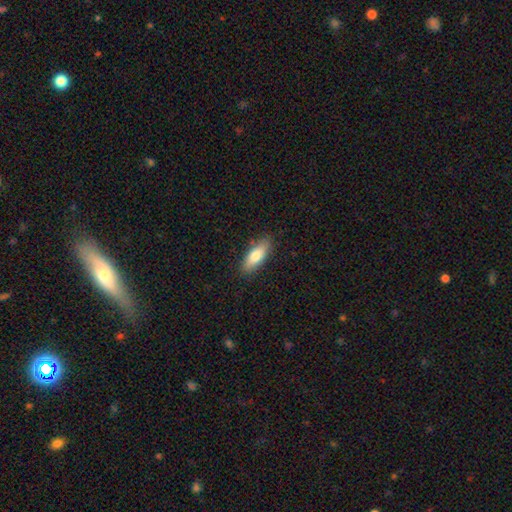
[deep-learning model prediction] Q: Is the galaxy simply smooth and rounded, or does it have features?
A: smooth — 78%.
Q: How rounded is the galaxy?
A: in between — 69%.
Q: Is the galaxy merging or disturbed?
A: none — 86%.